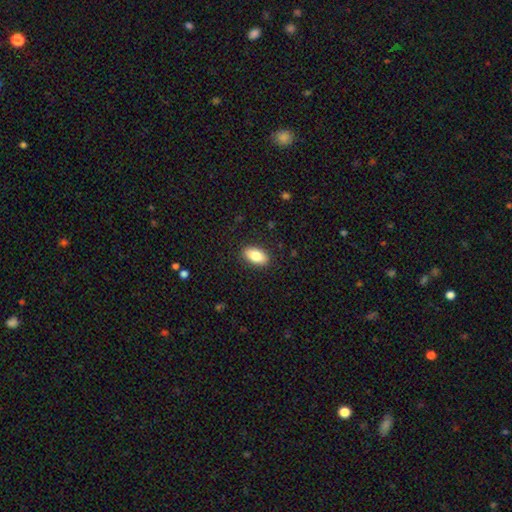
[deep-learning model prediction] Smooth or featured? smooth (83%)
How rounded? in between (92%)
Merging? none (88%)